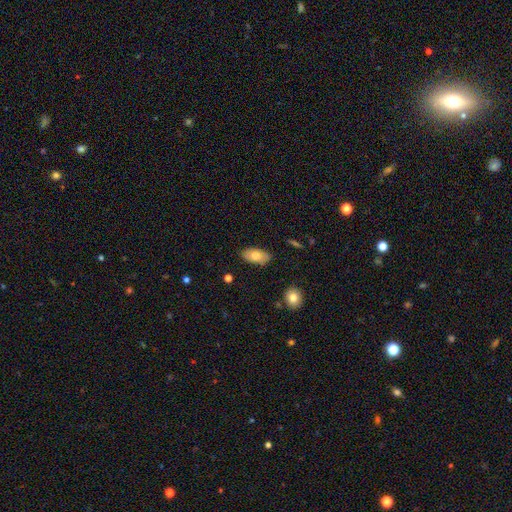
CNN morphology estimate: The model was most divided on "smooth or featured": smooth: 72%, featured or disk: 21%, star or artifact: 7%. More confident: how rounded — in between (93%); merging — none (84%).